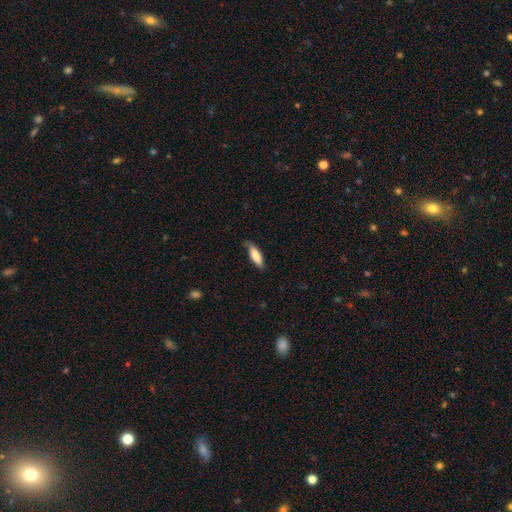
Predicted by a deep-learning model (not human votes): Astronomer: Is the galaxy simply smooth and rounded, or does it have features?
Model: smooth — 80%.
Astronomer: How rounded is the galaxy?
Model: in between — 50% (runner-up: cigar-shaped, 49%).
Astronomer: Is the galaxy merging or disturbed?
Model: none — 72%.